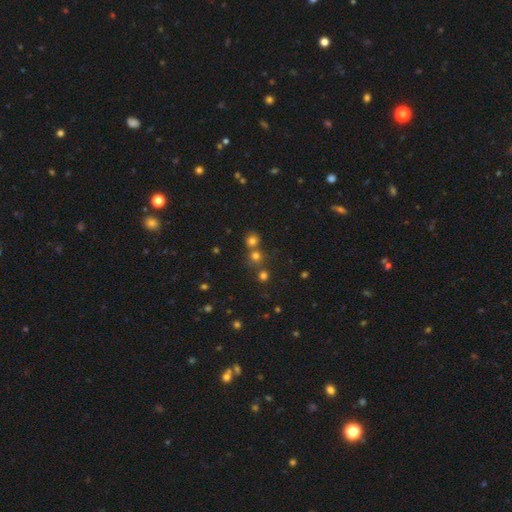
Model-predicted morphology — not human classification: smooth 45%, star or artifact 44%, featured or disk 11%. Down the decision tree: merging — none (57%).